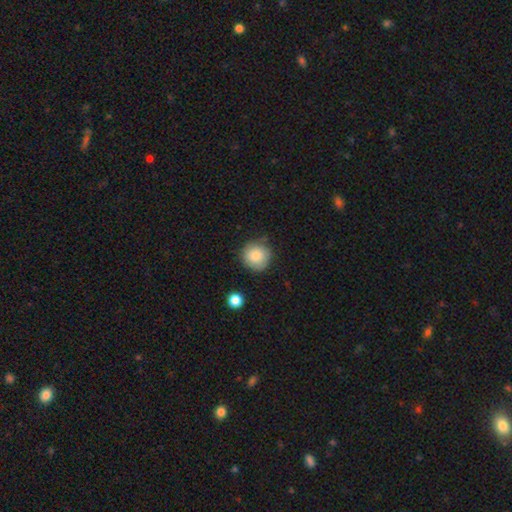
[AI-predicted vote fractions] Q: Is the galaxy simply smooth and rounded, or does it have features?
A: smooth — 87%.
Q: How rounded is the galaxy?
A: round — 93%.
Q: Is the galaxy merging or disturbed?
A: none — 79%.